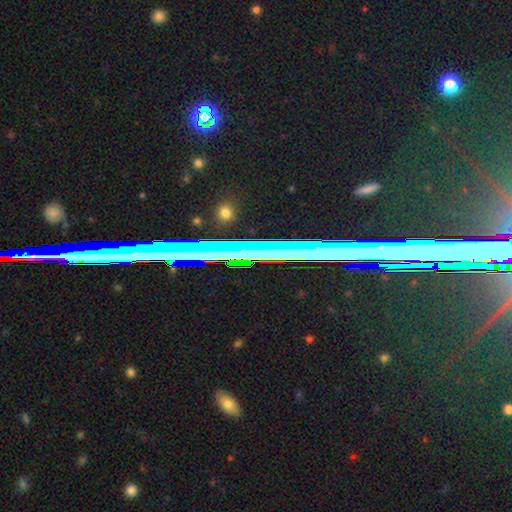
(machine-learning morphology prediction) type=star or artifact (75%).